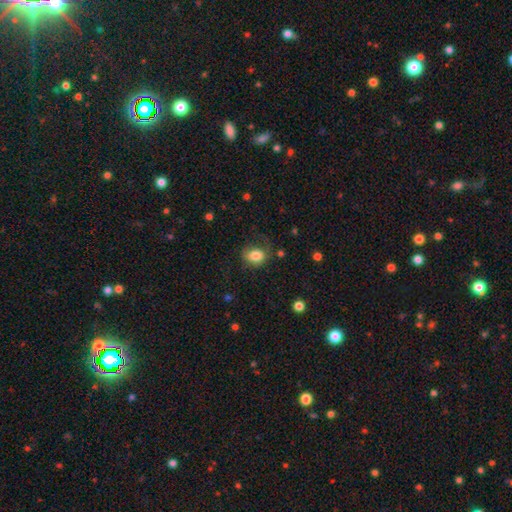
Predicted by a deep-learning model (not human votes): Overall: smooth (81%). How rounded: in between (58%; round 41%). Merging: none (60%; minor disturbance 23%).